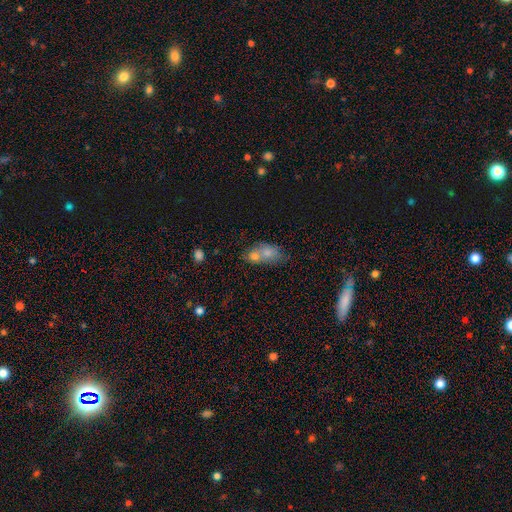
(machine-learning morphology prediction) type=smooth (63%); roundness=in between (64%); merging=merger (54%).